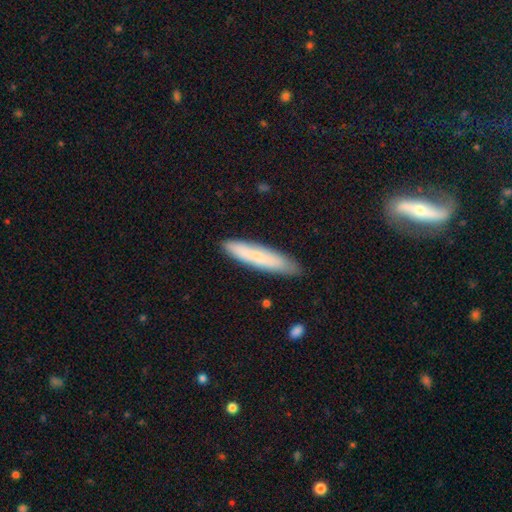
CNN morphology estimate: smooth_or_featured: smooth (p=0.75) [alt: featured or disk p=0.19]
how_rounded: cigar-shaped (p=0.88) [alt: in between p=0.11]
merging: none (p=0.86) [alt: minor disturbance p=0.11]